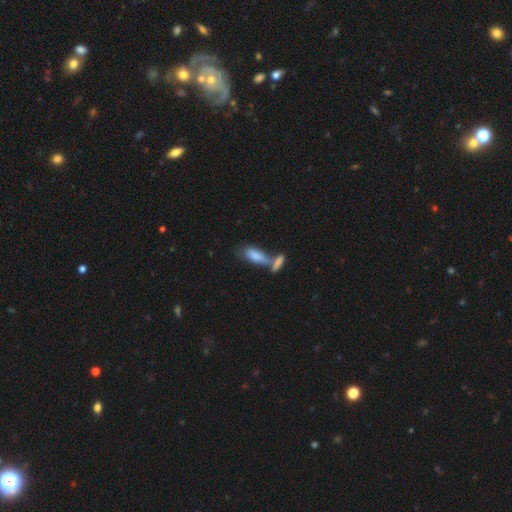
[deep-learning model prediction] Morphology: type=smooth (76%); roundness=in between (74%); merging=merger (54%).